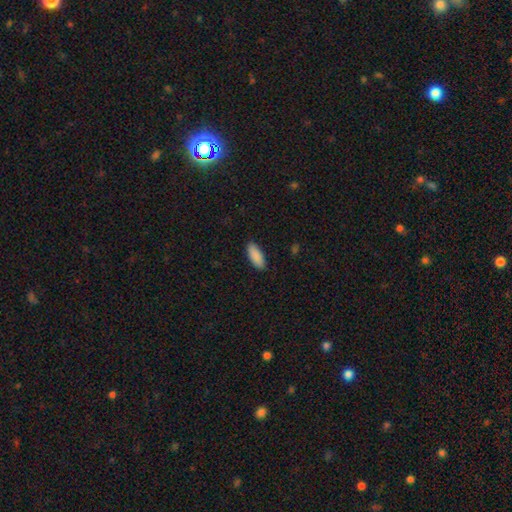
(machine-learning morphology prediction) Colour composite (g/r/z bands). It shows a smooth galaxy with no disk features (91%) that is in between round and cigar-shaped (79%). Merging: none (90%).